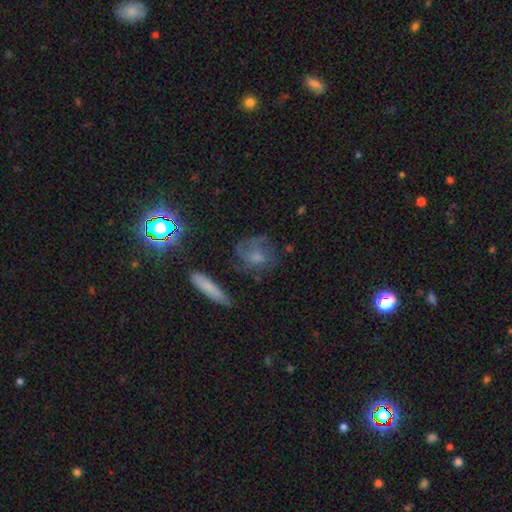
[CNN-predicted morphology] Q: Smooth or featured?
A: smooth (43%); runner-up: featured or disk (41%)
Q: Merging?
A: none (57%); runner-up: minor disturbance (21%)